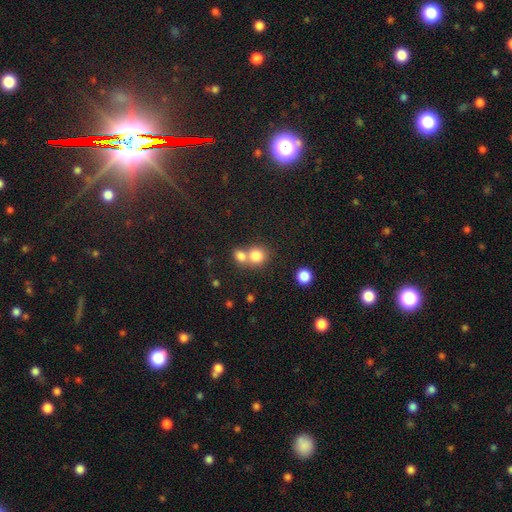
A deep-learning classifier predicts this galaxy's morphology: This appears to be a smooth galaxy with no disk features (80%) that is round (80%). Merging: merger (52%).